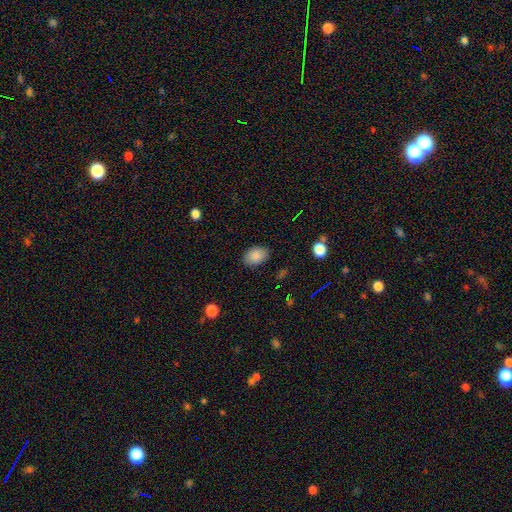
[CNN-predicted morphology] type=smooth (87%); roundness=in between (83%); merging=none (85%).